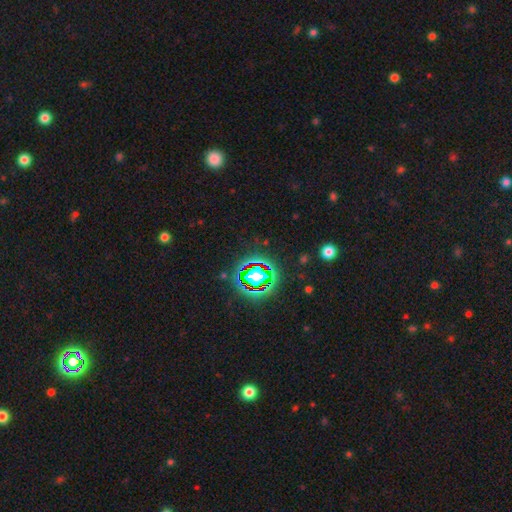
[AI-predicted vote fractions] A star or artifact, not a galaxy (77%).